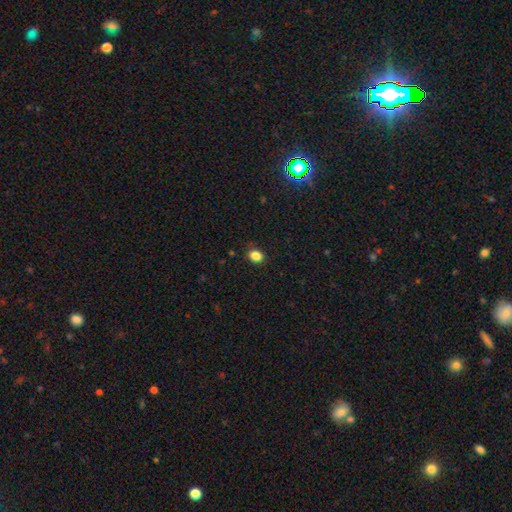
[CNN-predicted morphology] A smooth galaxy with no disk features (85%) that is in between round and cigar-shaped (51%).

Vote fractions:
- Smooth or featured? smooth: 85% / star or artifact: 11% / featured or disk: 4%
- How rounded? in between: 51% / round: 48% / cigar-shaped: 1%
- Merging? none: 87% / minor disturbance: 9% / major disturbance: 2% / merger: 1%